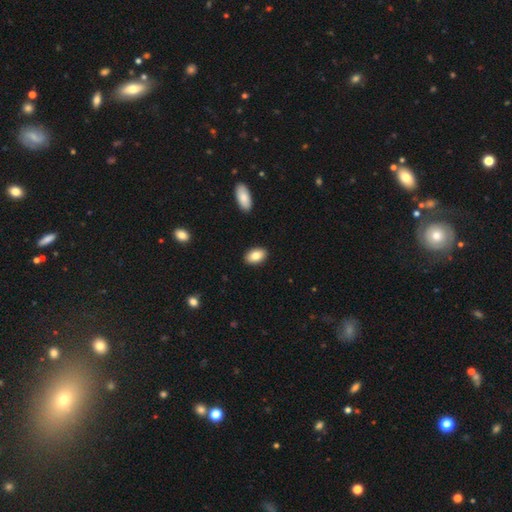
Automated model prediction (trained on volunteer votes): Smooth or featured? Predicted: smooth (p=0.83). How rounded? Predicted: in between (p=0.92). Merging? Predicted: none (p=0.90).